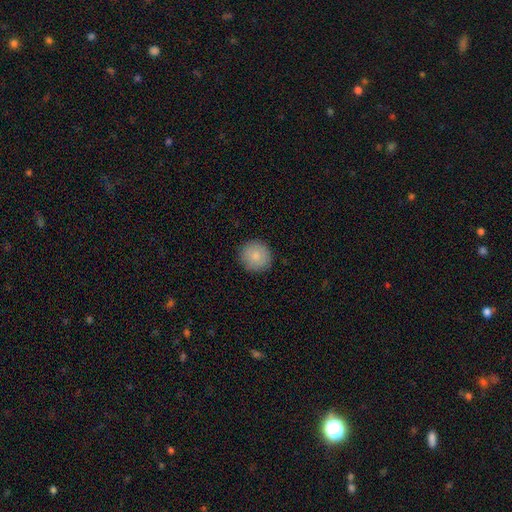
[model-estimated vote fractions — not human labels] Overall: smooth (84%). How rounded: round (91%). Merging: none (90%).